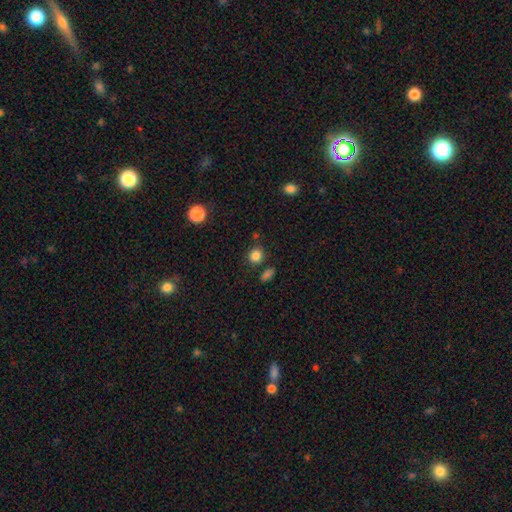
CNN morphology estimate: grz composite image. It shows a smooth galaxy with no disk features (84%) that is round (83%). Merging: none (81%).